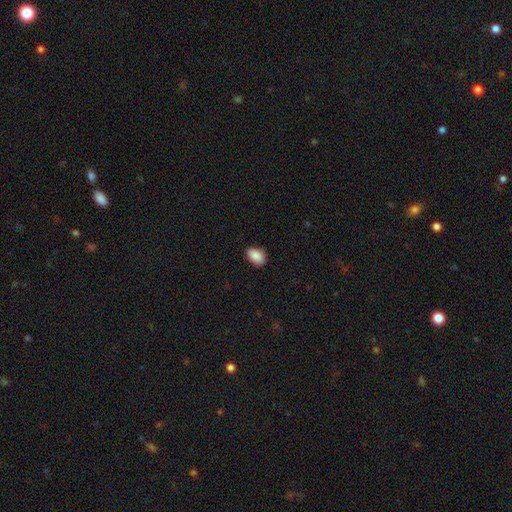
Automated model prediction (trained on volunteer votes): smooth-or-featured: smooth: 90% | star or artifact: 7% | featured or disk: 3%
  how-rounded: in between: 85% | round: 14% | cigar-shaped: 1%
  merging: none: 85% | minor disturbance: 12% | major disturbance: 2% | merger: 1%